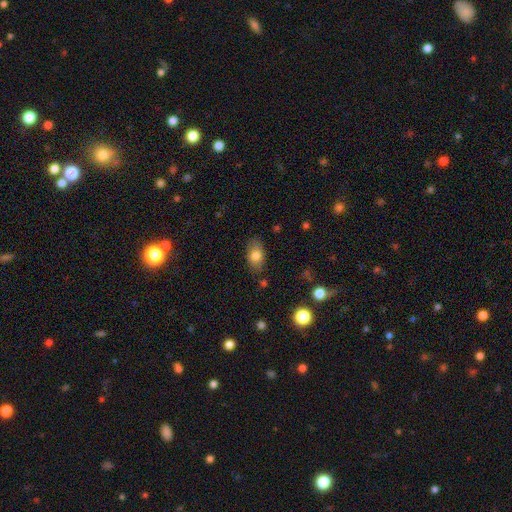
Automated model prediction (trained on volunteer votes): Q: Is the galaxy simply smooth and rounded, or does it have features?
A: smooth — 78%.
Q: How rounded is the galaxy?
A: in between — 87%.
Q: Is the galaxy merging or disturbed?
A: none — 81%.